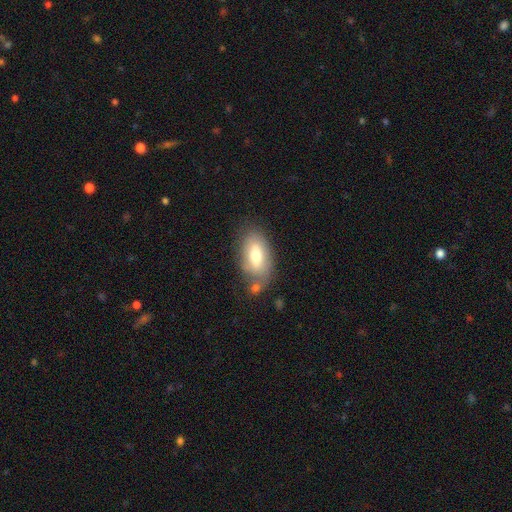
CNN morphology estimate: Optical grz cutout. It shows a smooth galaxy with no disk features (68%) that is in between round and cigar-shaped (92%). Merging: none (59%).